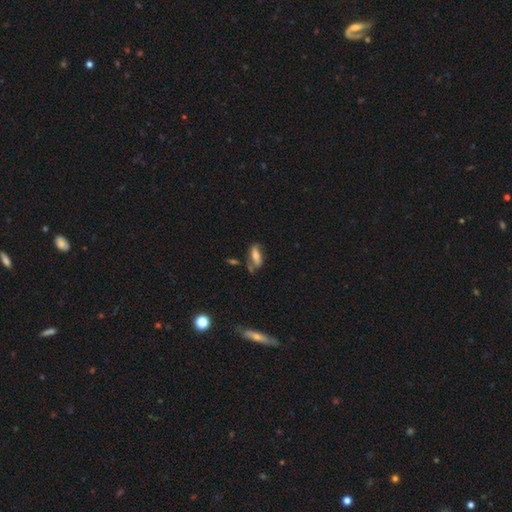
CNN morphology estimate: This appears to be a smooth galaxy with no disk features (54%) that is in between round and cigar-shaped (73%). Merging: none (50%).